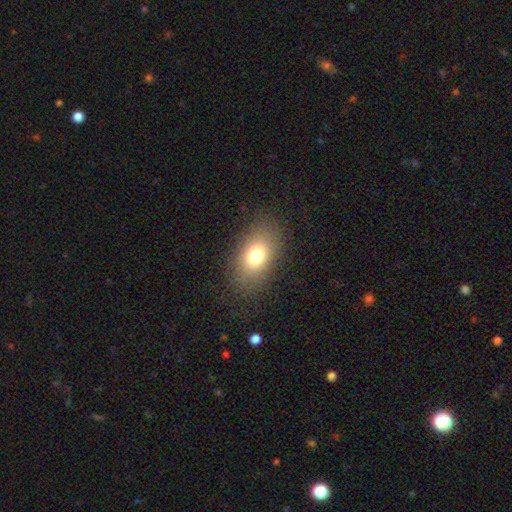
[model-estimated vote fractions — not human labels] The model was most divided on "smooth or featured": smooth: 75%, featured or disk: 12%, star or artifact: 12%. More confident: merging — none (83%); how rounded — in between (82%).